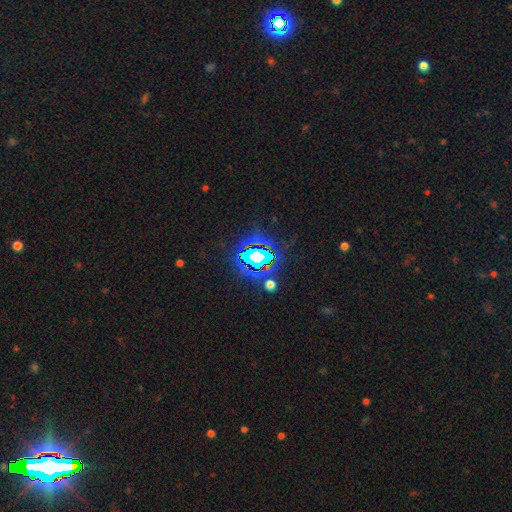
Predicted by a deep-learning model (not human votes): star or artifact 70%, smooth 16%, featured or disk 14%.